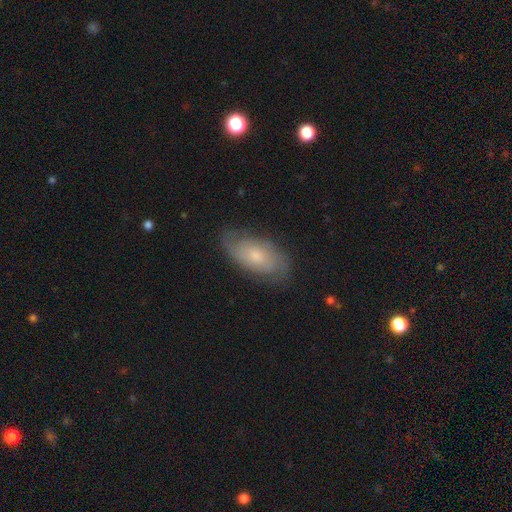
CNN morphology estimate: featured or disk 53%, smooth 39%, star or artifact 7%. Down the decision tree: edge-on disk — no (91%); merging — none (73%).